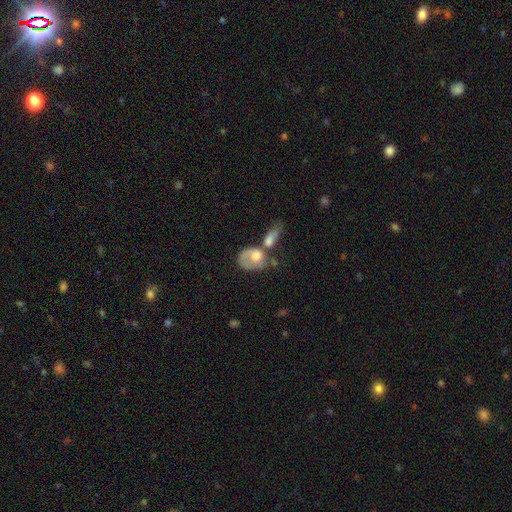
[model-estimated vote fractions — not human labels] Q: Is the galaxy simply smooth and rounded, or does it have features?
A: smooth — 59%.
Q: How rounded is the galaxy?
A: in between — 66%.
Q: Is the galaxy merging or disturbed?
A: merger — 50%.